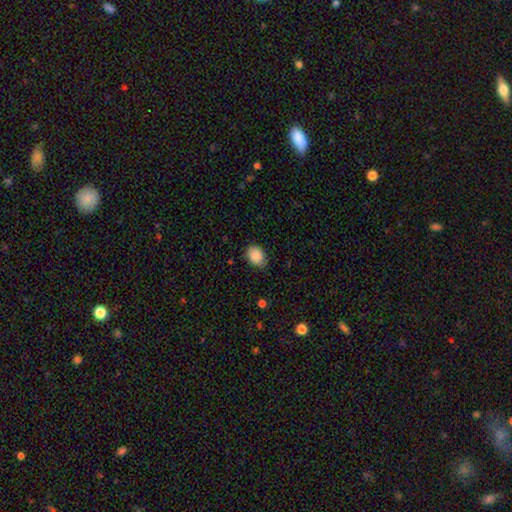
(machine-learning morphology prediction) This is clearly a smooth galaxy (88%). How rounded: likely in between (63%). Merging: likely none (79%).